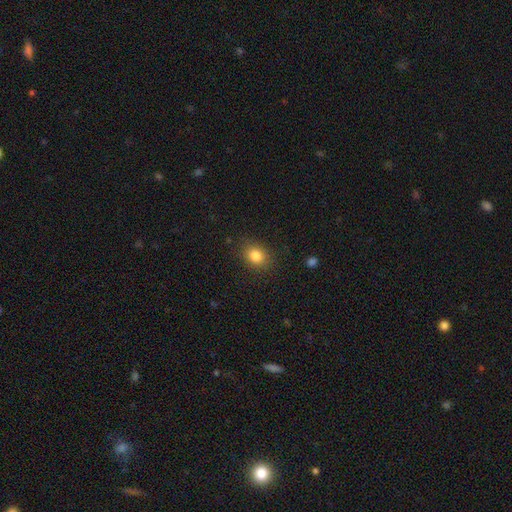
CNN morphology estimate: Smooth or featured: smooth — 83% (star or artifact — 11%)
How rounded: in between — 50% (round — 49%)
Merging: none — 86% (minor disturbance — 10%)